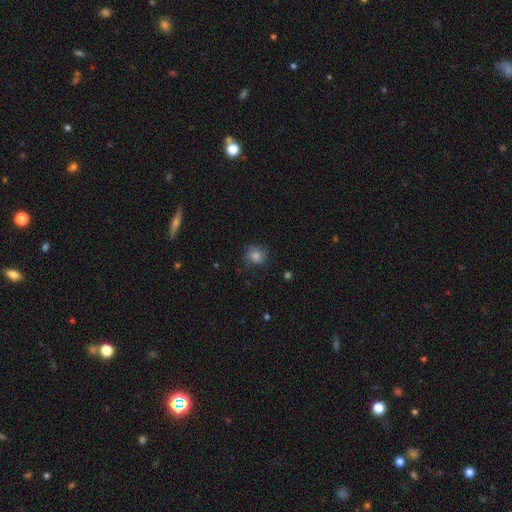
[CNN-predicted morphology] smooth_or_featured: smooth (p=0.76) [alt: featured or disk p=0.13]
how_rounded: round (p=0.80) [alt: in between p=0.19]
merging: none (p=0.73) [alt: minor disturbance p=0.19]